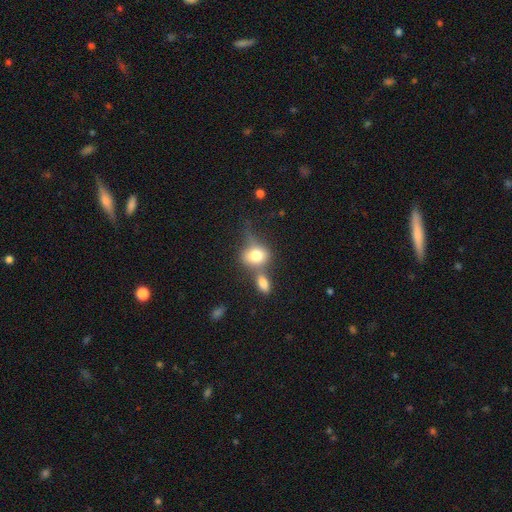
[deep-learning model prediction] Overall: smooth (70%). How rounded: in between (56%; round 41%). Merging: merger (41%; none 33%).